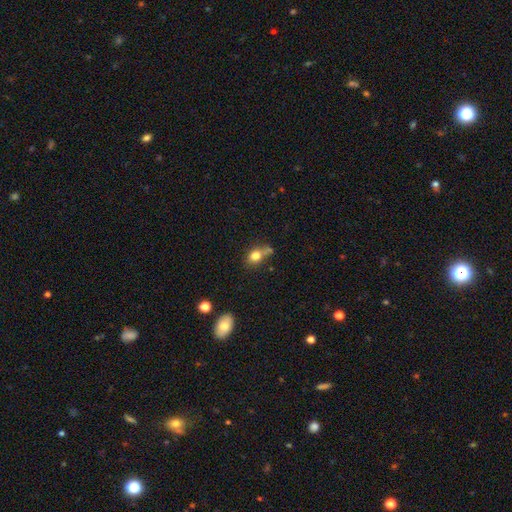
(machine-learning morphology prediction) This appears to be a smooth galaxy with no disk features (78%) that is in between round and cigar-shaped (60%). Merging: none (49%).